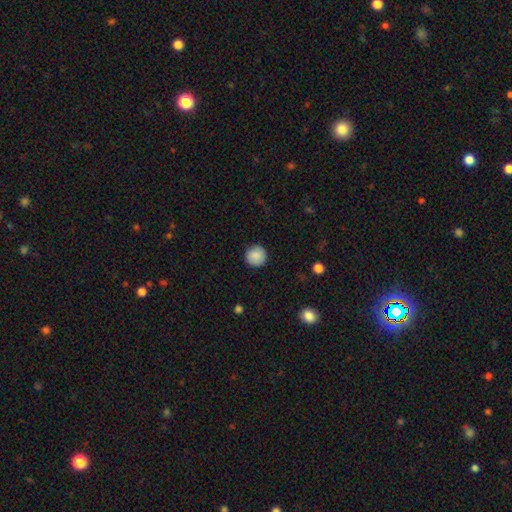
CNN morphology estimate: The model was most divided on "smooth or featured": smooth: 88%, star or artifact: 8%, featured or disk: 5%. More confident: how rounded — round (95%); merging — none (91%).